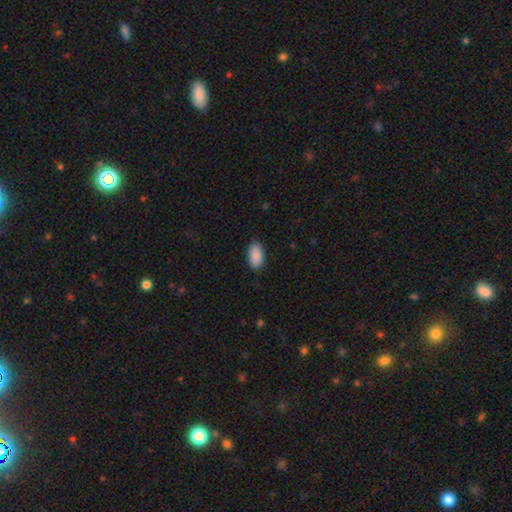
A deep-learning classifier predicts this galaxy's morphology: smooth 91%, star or artifact 6%, featured or disk 3%. Down the decision tree: how rounded — in between (95%); merging — none (87%).